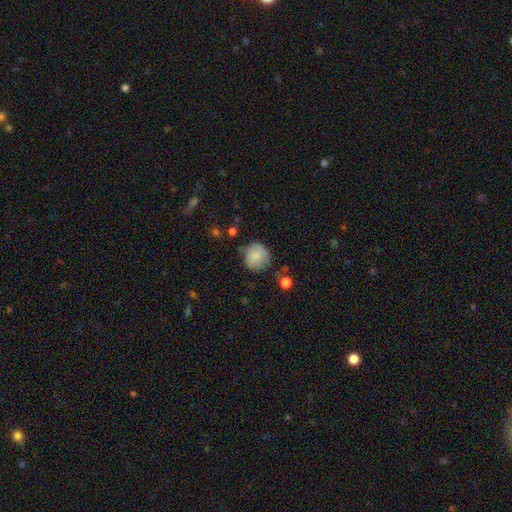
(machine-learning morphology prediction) A smooth galaxy with no disk features (81%) that is round (87%).

Vote fractions:
- Smooth or featured? smooth: 81% / featured or disk: 11% / star or artifact: 8%
- How rounded? round: 87% / in between: 12% / cigar-shaped: 1%
- Merging? none: 61% / minor disturbance: 28% / major disturbance: 8% / merger: 3%